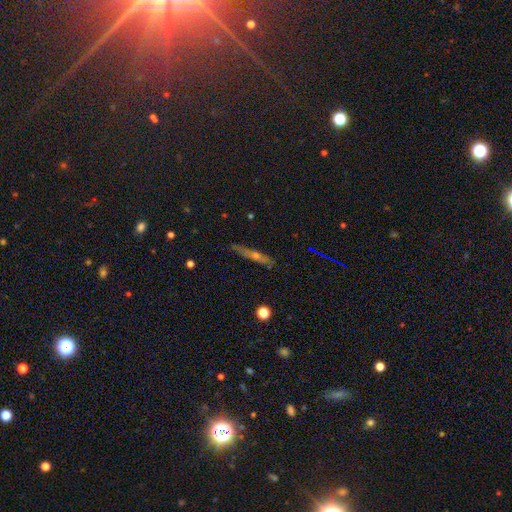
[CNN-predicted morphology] A featured or disk galaxy (57%) viewed edge-on (88%) with a rounded central bulge (76%). Merging: none (83%).